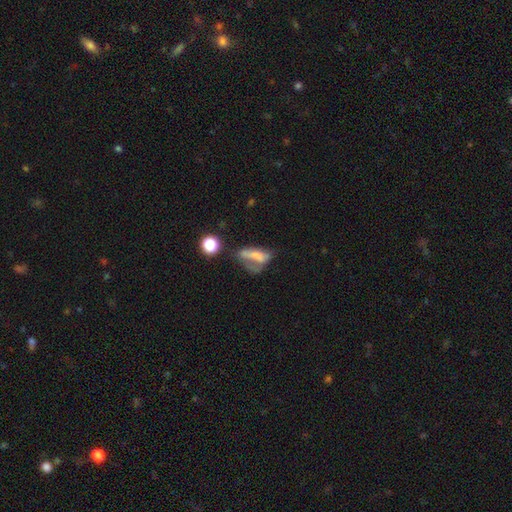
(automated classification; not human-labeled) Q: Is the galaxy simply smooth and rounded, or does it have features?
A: smooth — 52%.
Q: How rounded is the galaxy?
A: in between — 57%.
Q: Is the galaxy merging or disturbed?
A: major disturbance — 39%.